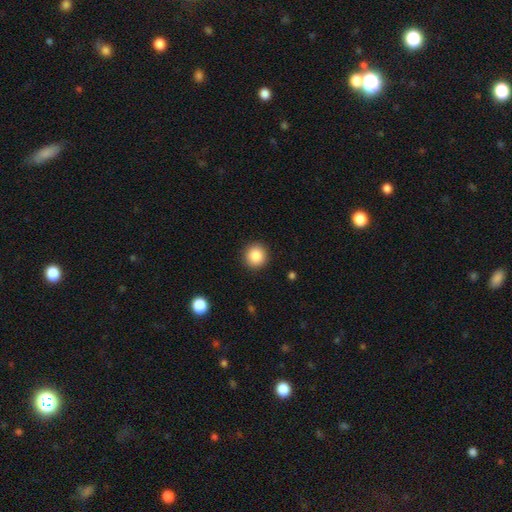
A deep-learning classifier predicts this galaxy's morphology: smooth 87%, star or artifact 9%, featured or disk 5%. Down the decision tree: how rounded — round (92%); merging — none (92%).